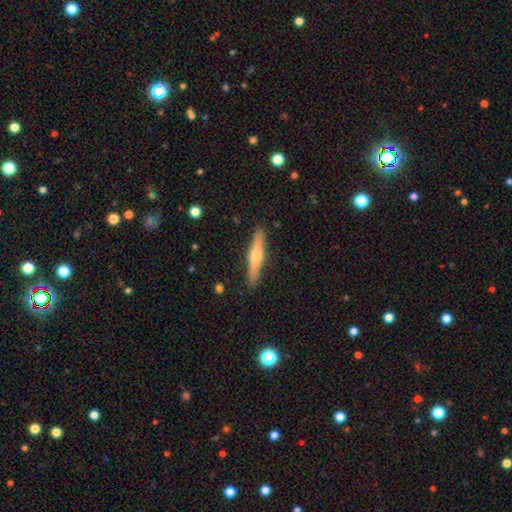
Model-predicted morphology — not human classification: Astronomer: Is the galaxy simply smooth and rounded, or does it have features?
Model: featured or disk — 49% (runner-up: smooth, 45%).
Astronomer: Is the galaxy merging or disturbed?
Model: none — 90%.